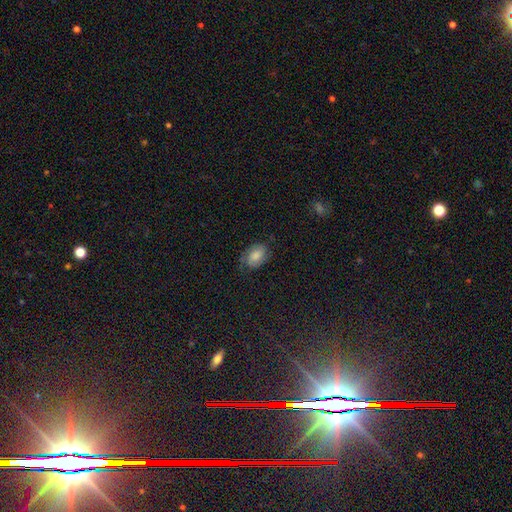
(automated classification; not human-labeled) Overall: smooth (58%; featured or disk 32%). How rounded: in between (81%). Merging: none (67%).